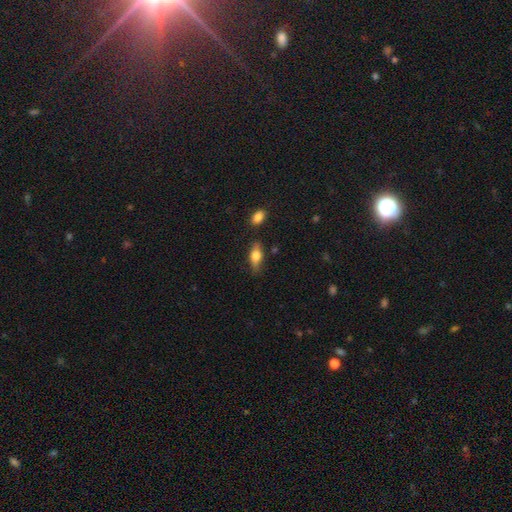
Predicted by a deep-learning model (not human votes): A smooth galaxy with no disk features (71%) that is in between round and cigar-shaped (75%). Merging: none (75%).